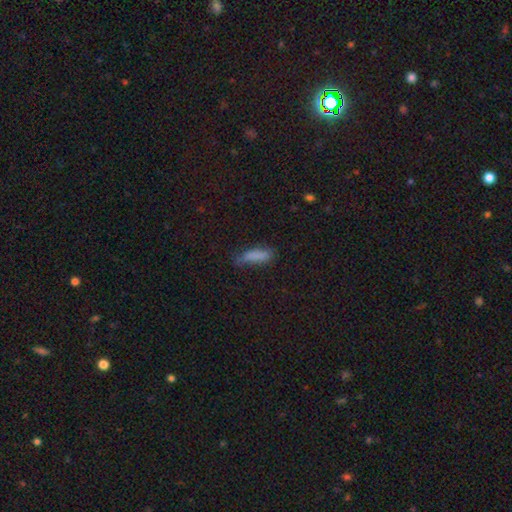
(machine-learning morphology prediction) Smooth or featured?
  - smooth: 81% *
  - star or artifact: 10%
  - featured or disk: 9%
How rounded?
  - cigar-shaped: 59% *
  - in between: 39%
  - round: 2%
Merging?
  - none: 59% *
  - minor disturbance: 29%
  - major disturbance: 9%
  - merger: 3%